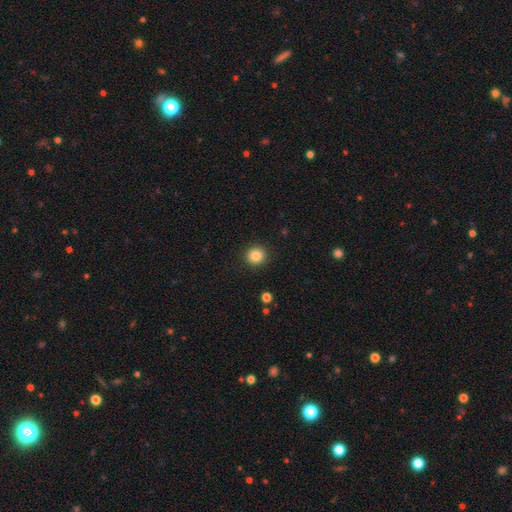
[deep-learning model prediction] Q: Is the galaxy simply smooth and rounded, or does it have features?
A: smooth — 85%.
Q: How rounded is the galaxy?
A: round — 92%.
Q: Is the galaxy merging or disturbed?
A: none — 92%.